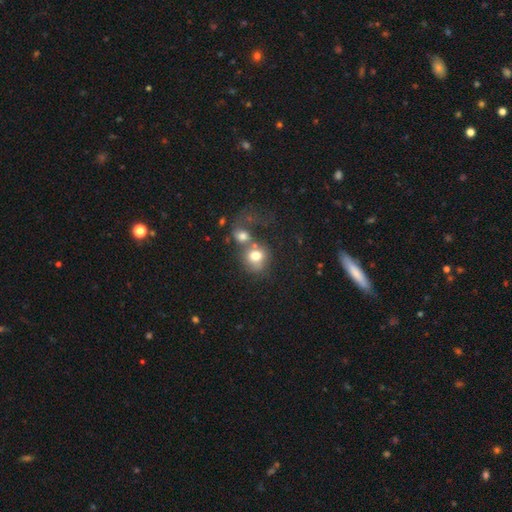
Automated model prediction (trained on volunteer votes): smooth_or_featured: smooth (p=0.70) [alt: featured or disk p=0.19]
how_rounded: round (p=0.70) [alt: in between p=0.29]
merging: merger (p=0.58) [alt: none p=0.23]